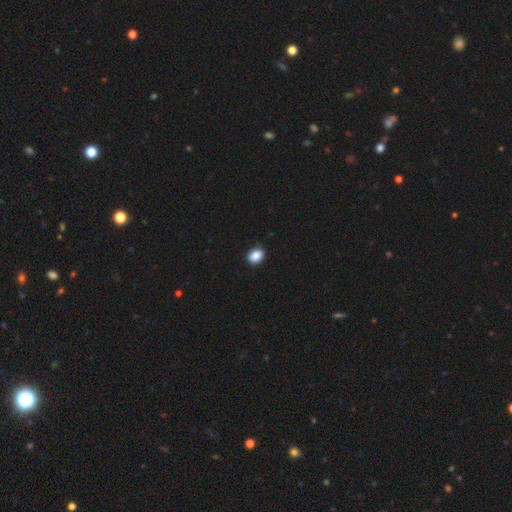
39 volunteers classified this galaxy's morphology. Smooth or featured? 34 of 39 (87%) said smooth. How rounded? 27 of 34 (79%) said in between. Merging? 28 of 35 (80%) said none.